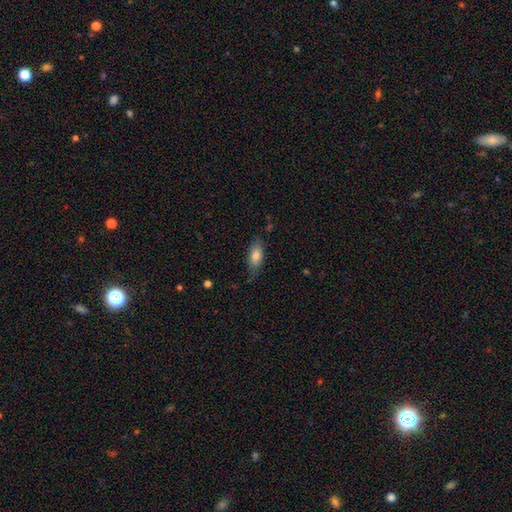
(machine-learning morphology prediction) smooth 78%, featured or disk 15%, star or artifact 7%. Down the decision tree: how rounded — in between (81%); merging — none (70%).